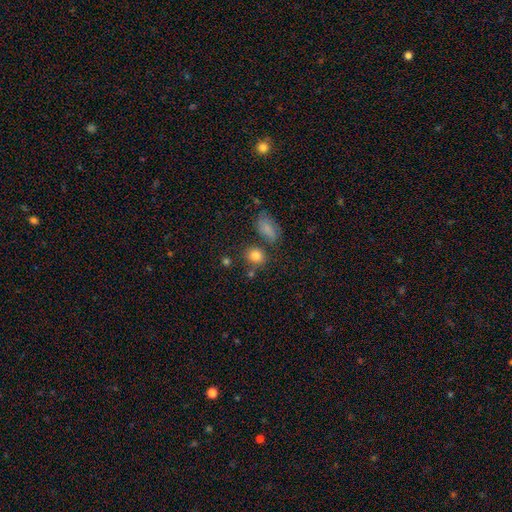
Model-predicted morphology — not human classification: type=smooth (82%); roundness=round (67%); merging=none (70%).